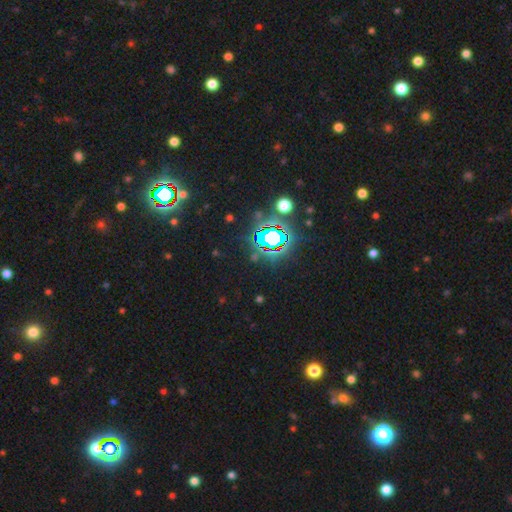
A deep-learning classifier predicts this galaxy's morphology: This is likely a star or artifact rather than a galaxy (78%).